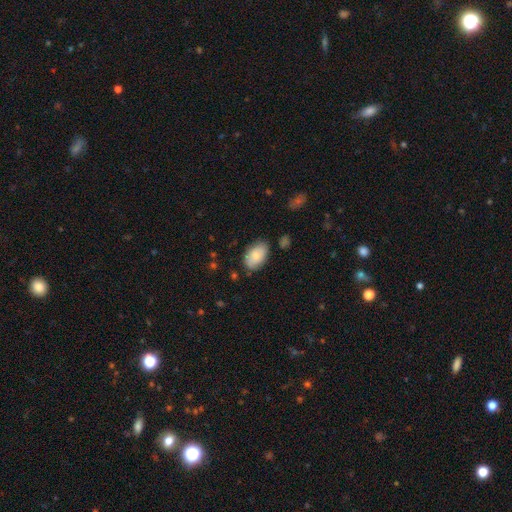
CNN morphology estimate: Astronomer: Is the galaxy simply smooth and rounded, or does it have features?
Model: smooth — 82%.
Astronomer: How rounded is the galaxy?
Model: in between — 92%.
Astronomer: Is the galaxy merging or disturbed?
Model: none — 75%.